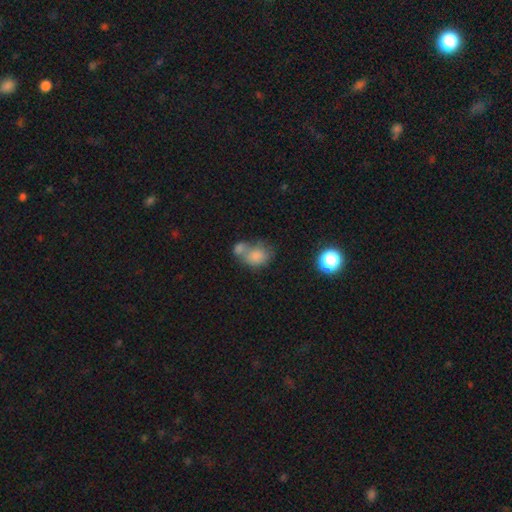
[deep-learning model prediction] Smooth or featured? smooth (76%)
How rounded? in between (60%)
Merging? merger (57%)